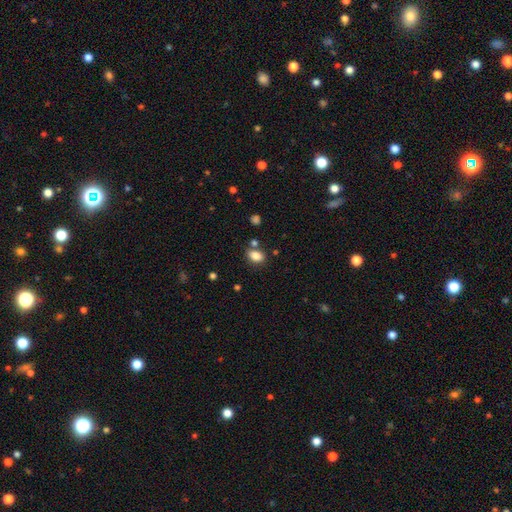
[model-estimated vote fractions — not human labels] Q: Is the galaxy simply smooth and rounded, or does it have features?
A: smooth — 84%.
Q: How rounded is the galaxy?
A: in between — 81%.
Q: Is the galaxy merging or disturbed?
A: none — 74%.